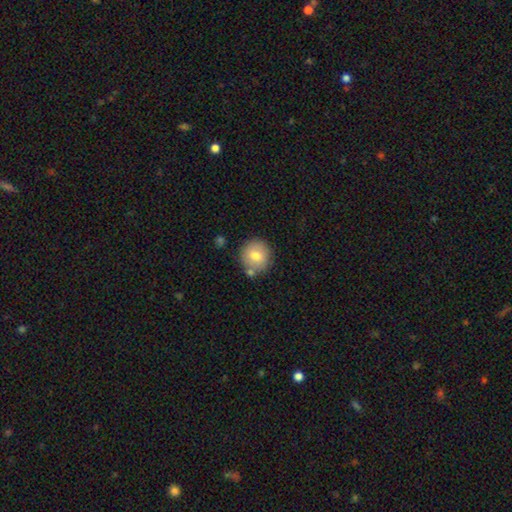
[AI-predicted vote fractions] Morphology: type=smooth (76%); roundness=round (91%); merging=none (76%).